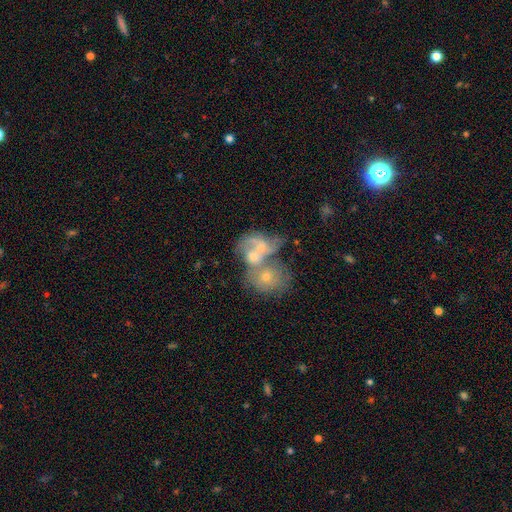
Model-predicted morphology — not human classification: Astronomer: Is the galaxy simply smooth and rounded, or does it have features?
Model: featured or disk — 61%.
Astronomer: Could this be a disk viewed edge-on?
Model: no — 97%.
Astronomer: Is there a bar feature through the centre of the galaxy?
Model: no — 69%.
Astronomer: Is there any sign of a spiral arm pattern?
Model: yes — 69%.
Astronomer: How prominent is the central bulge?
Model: small — 44% (runner-up: moderate, 40%).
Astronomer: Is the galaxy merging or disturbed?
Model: merger — 68%.